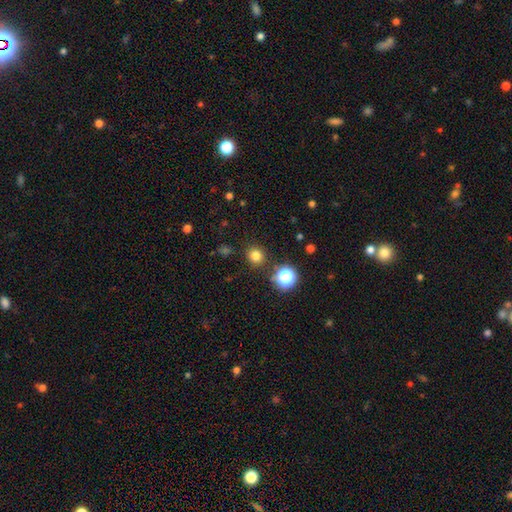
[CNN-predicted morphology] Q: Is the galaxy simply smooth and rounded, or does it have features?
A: smooth — 78%.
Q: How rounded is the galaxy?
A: round — 90%.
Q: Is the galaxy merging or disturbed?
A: none — 88%.